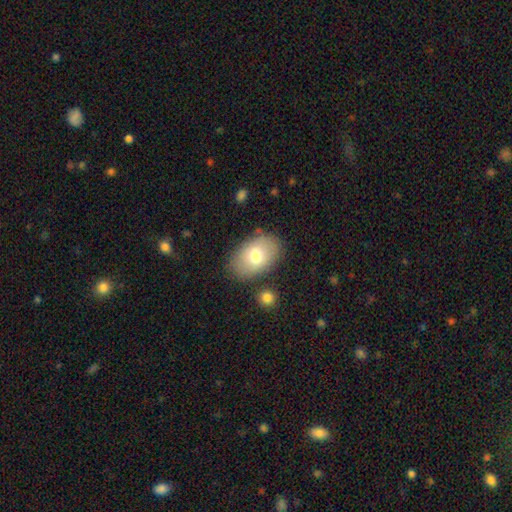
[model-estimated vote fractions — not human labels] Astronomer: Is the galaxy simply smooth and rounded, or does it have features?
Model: smooth — 74%.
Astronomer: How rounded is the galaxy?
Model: in between — 88%.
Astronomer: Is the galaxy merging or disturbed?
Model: none — 79%.